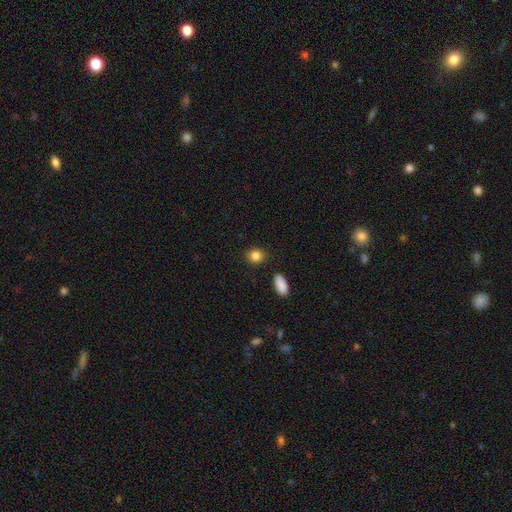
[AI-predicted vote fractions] Q: Smooth or featured?
A: smooth (86%); runner-up: star or artifact (9%)
Q: How rounded?
A: round (61%); runner-up: in between (37%)
Q: Merging?
A: none (86%); runner-up: minor disturbance (9%)